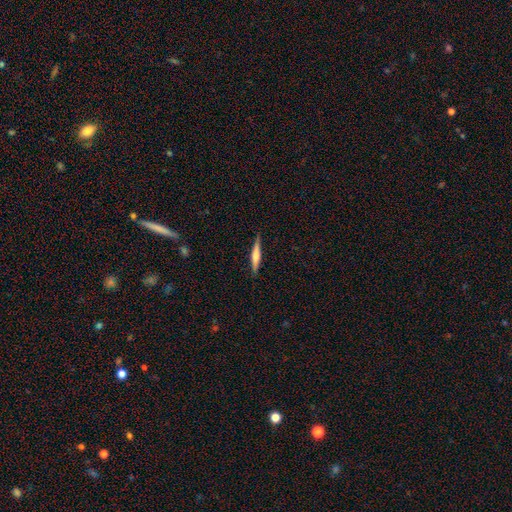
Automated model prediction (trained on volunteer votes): Morphology: type=smooth (48%); merging=none (87%).